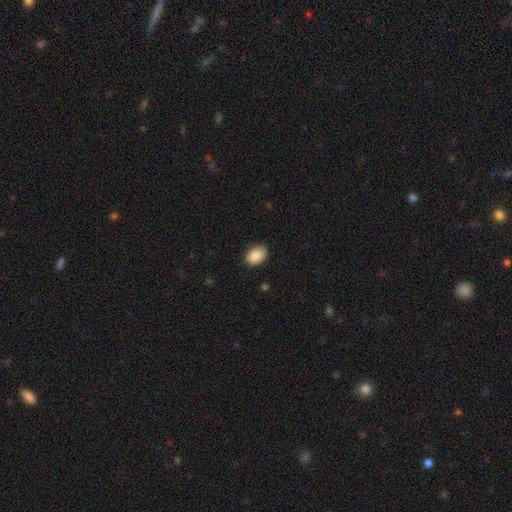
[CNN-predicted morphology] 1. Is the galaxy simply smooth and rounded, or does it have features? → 89% smooth, 7% star or artifact, 4% featured or disk.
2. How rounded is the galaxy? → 81% in between, 18% round, 1% cigar-shaped.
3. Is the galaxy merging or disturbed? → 84% none, 13% minor disturbance, 2% major disturbance, 1% merger.